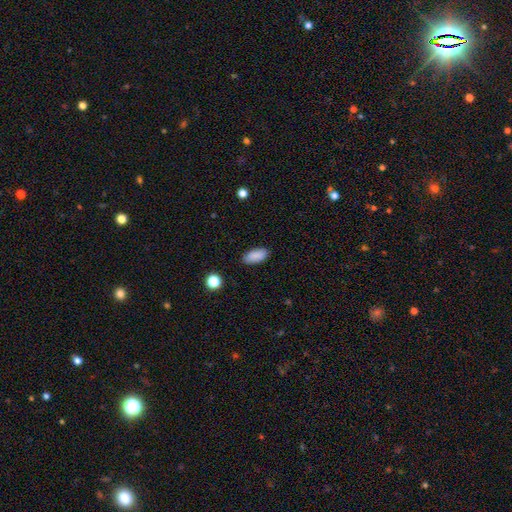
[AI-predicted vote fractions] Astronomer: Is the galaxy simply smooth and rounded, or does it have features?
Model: smooth — 88%.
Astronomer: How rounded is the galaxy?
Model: in between — 87%.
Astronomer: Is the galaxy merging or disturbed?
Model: none — 88%.